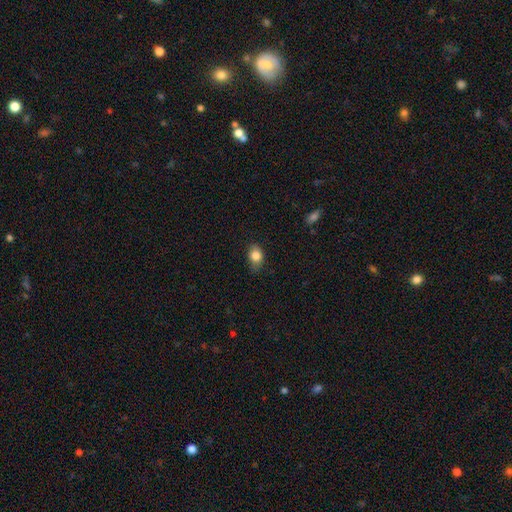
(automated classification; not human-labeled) Q: Smooth or featured?
A: smooth (83%); runner-up: star or artifact (9%)
Q: How rounded?
A: in between (73%); runner-up: round (26%)
Q: Merging?
A: none (70%); runner-up: minor disturbance (24%)